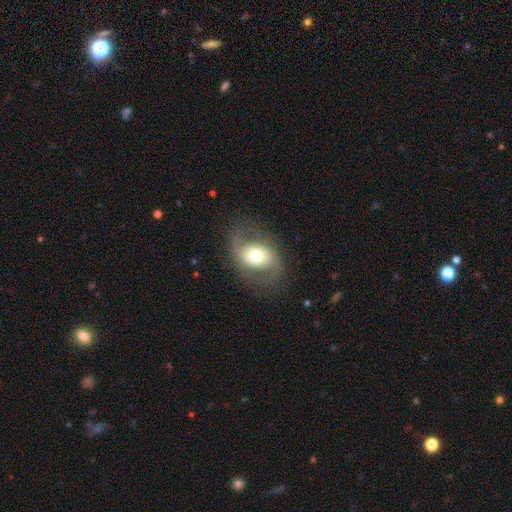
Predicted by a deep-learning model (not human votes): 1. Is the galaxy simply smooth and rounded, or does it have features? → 66% featured or disk, 27% smooth, 7% star or artifact.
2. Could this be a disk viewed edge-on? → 96% no, 4% yes.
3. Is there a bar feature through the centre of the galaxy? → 54% no, 30% weak, 16% strong.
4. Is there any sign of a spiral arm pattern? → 73% yes, 27% no.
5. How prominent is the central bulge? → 62% moderate, 26% large, 7% small, 4% dominant, 1% none.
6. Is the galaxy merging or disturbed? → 74% none, 14% minor disturbance, 11% major disturbance, 1% merger.